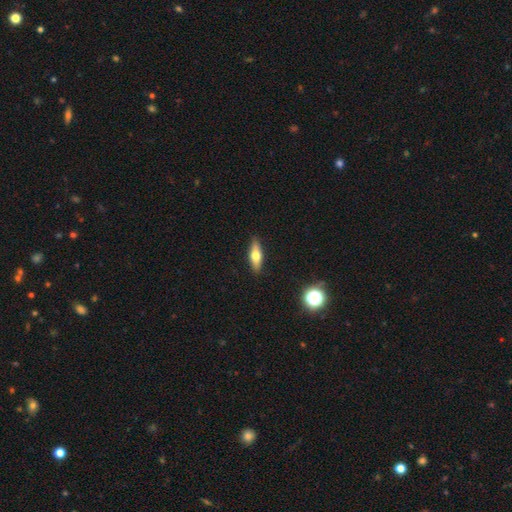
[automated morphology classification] Smooth or featured? Predicted: smooth (p=0.56). How rounded? Predicted: cigar-shaped (p=0.51). Merging? Predicted: none (p=0.89).